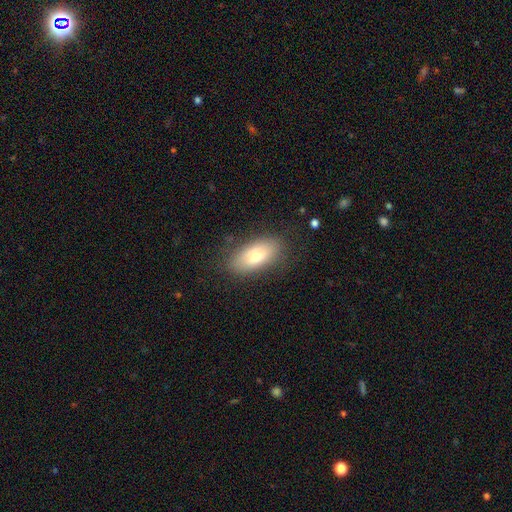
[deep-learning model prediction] smooth 74%, featured or disk 18%, star or artifact 8%. Down the decision tree: how rounded — in between (89%); merging — none (83%).